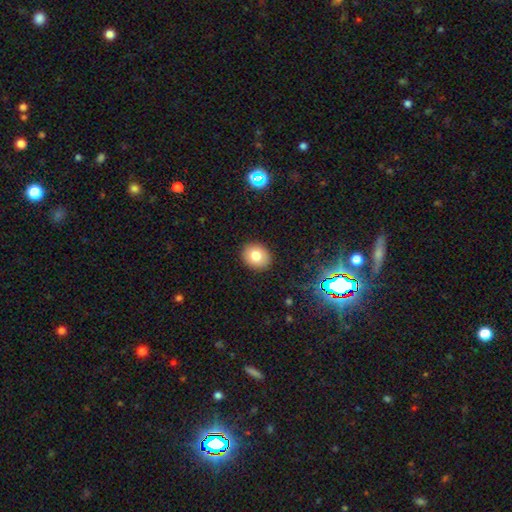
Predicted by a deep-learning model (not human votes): smooth 79%, star or artifact 11%, featured or disk 10%. Down the decision tree: how rounded — round (57%); merging — none (90%).